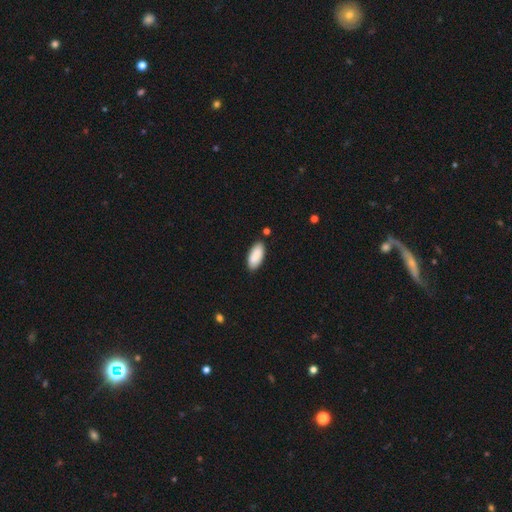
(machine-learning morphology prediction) smooth-or-featured: smooth: 90% | star or artifact: 6% | featured or disk: 4%
  how-rounded: in between: 89% | cigar-shaped: 9% | round: 2%
  merging: none: 85% | minor disturbance: 10% | merger: 2% | major disturbance: 2%